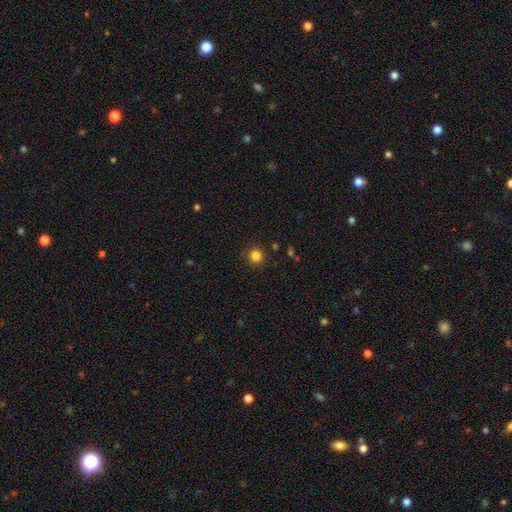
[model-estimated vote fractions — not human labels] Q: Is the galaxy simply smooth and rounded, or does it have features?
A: smooth — 84%.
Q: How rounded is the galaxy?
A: round — 92%.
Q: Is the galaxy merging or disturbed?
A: none — 90%.